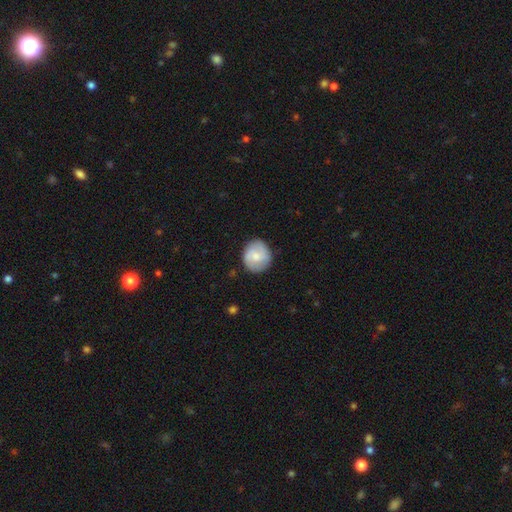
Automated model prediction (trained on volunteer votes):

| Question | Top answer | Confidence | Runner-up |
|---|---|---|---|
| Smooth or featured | smooth | 62% | featured or disk (31%) |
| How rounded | round | 87% | in between (12%) |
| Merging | none | 83% | minor disturbance (13%) |